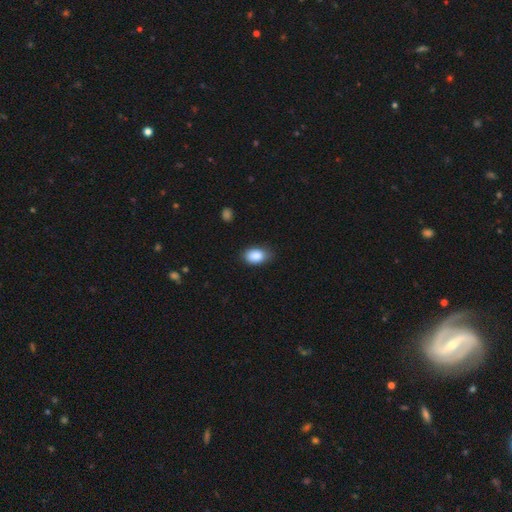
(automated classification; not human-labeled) Smooth or featured? Predicted: smooth (p=0.88). How rounded? Predicted: in between (p=0.86). Merging? Predicted: none (p=0.76).